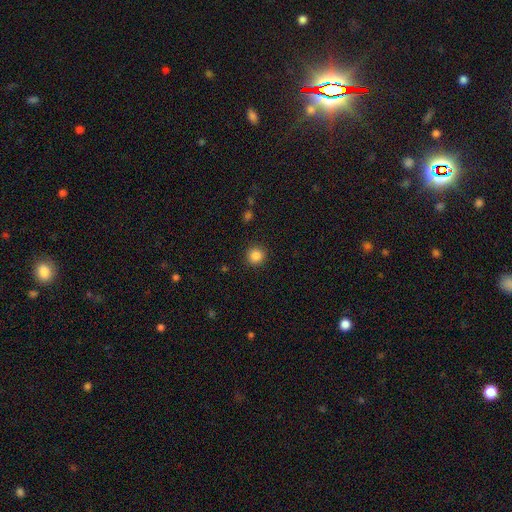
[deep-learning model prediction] This is clearly a smooth galaxy (86%). How rounded: clearly round (94%). Merging: clearly none (91%).